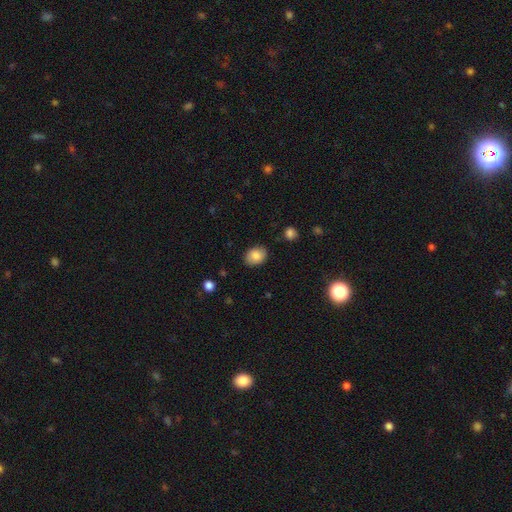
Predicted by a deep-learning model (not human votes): The model was most divided on "how rounded": in between: 67%, round: 32%, cigar-shaped: 1%. More confident: smooth or featured — smooth (85%); merging — none (84%).